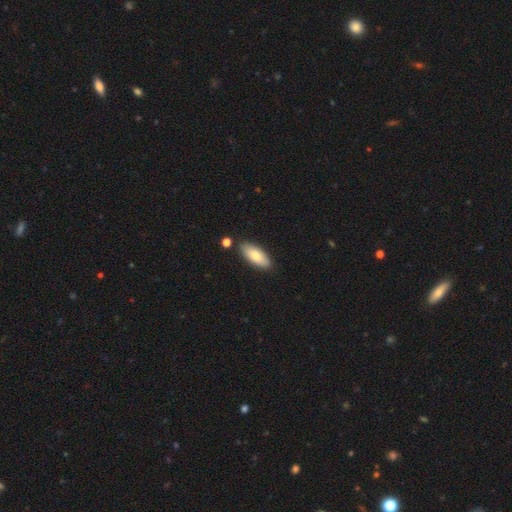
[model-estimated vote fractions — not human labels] smooth_or_featured: smooth (p=0.77) [alt: featured or disk p=0.17]
how_rounded: in between (p=0.82) [alt: cigar-shaped p=0.16]
merging: none (p=0.84) [alt: minor disturbance p=0.10]